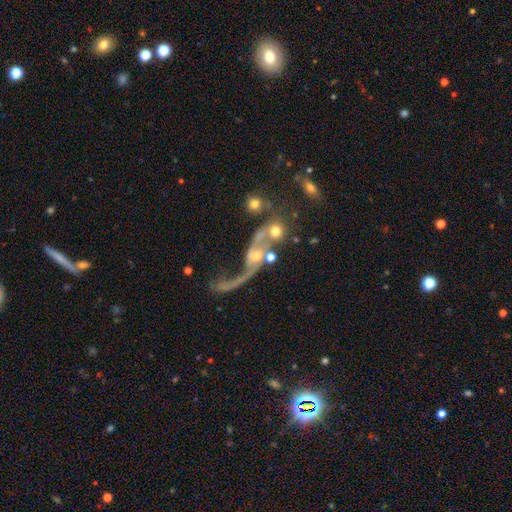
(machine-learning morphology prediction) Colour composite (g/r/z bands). It shows a featured or disk galaxy (80%) with no bar (54%), 2 (84%) loose (89%) spiral arms (88%) and a small central bulge (51%). Merging: none (33%).